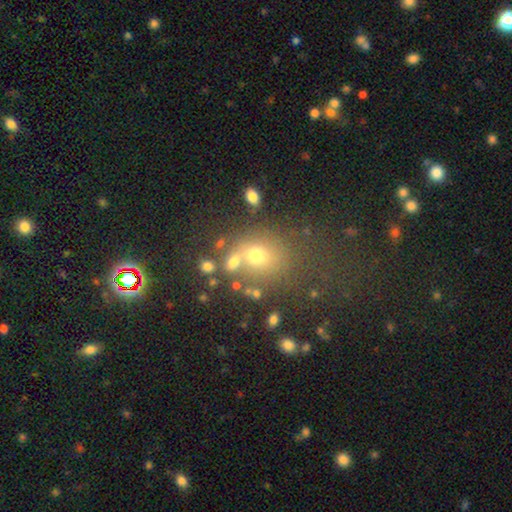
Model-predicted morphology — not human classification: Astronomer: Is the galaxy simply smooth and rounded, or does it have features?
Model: smooth — 55%.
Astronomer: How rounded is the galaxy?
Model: round — 61% (runner-up: in between, 37%).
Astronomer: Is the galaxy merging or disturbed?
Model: none — 55%.